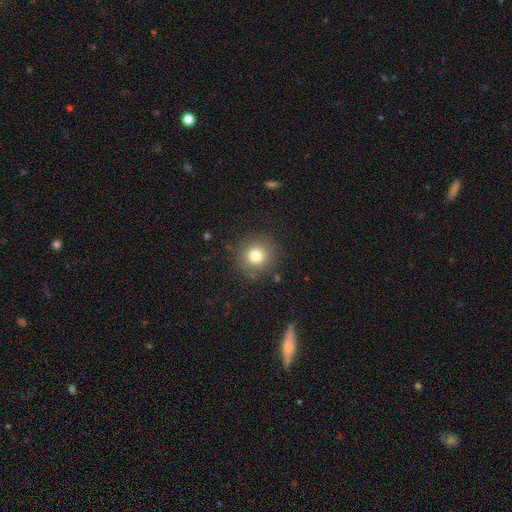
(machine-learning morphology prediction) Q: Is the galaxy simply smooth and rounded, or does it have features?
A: smooth — 78%.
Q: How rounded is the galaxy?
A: round — 93%.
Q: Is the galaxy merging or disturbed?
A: none — 87%.